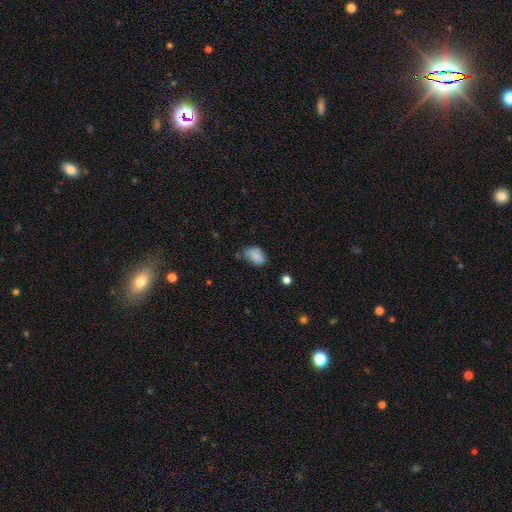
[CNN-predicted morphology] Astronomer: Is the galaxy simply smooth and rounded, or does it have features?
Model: smooth — 76%.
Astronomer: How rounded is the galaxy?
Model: in between — 78%.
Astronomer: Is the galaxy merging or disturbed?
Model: none — 43% (runner-up: minor disturbance, 36%).